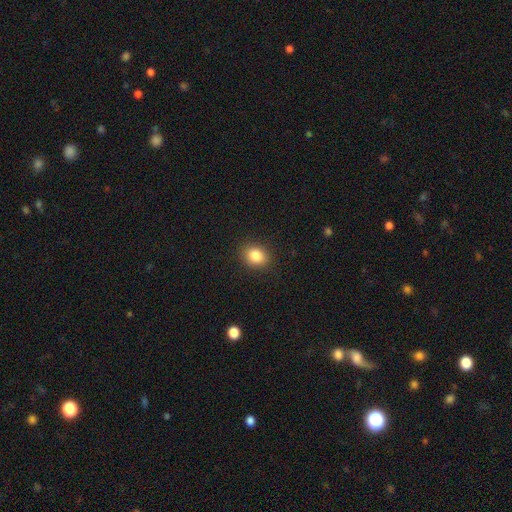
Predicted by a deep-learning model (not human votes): Q: Smooth or featured?
A: smooth (85%); runner-up: star or artifact (10%)
Q: How rounded?
A: round (51%); runner-up: in between (48%)
Q: Merging?
A: none (88%); runner-up: minor disturbance (8%)